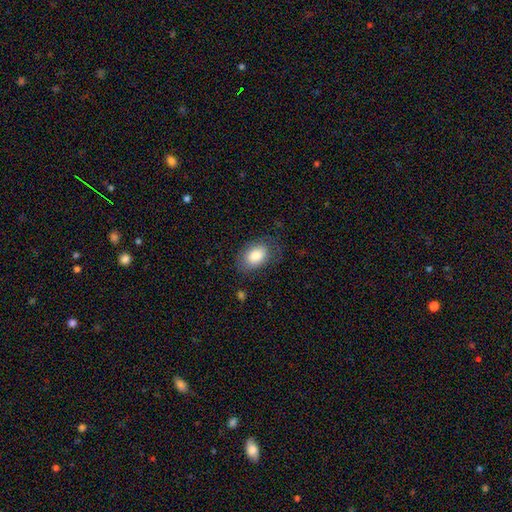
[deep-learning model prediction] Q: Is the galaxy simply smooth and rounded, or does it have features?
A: smooth — 82%.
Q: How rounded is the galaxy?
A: in between — 87%.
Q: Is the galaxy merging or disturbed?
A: none — 72%.